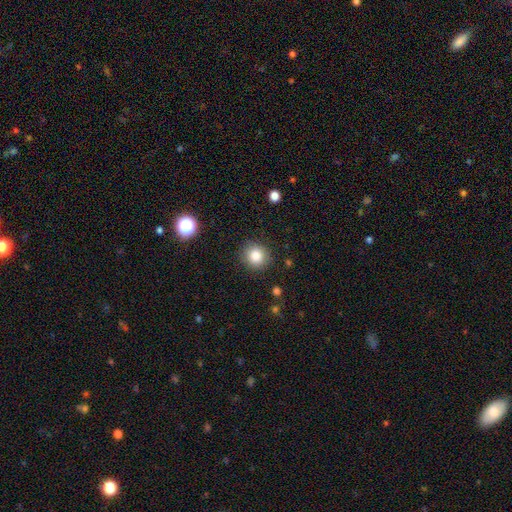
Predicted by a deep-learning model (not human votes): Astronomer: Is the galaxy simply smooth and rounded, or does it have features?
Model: smooth — 84%.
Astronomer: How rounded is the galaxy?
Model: round — 90%.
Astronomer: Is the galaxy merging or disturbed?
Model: none — 89%.